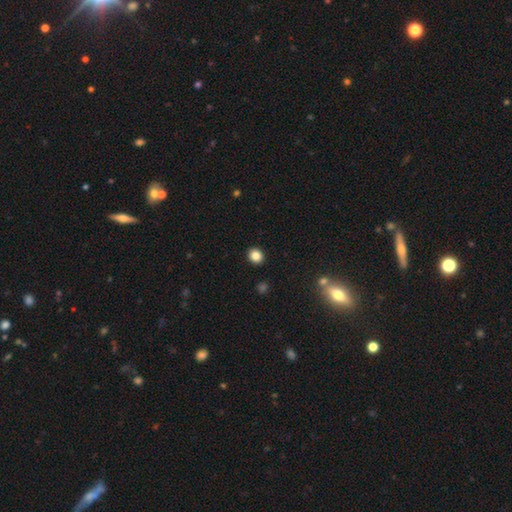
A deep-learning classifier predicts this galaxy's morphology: Smooth or featured?
  - smooth: 85% *
  - star or artifact: 11%
  - featured or disk: 4%
How rounded?
  - round: 76% *
  - in between: 23%
  - cigar-shaped: 1%
Merging?
  - none: 92% *
  - minor disturbance: 5%
  - major disturbance: 2%
  - merger: 1%